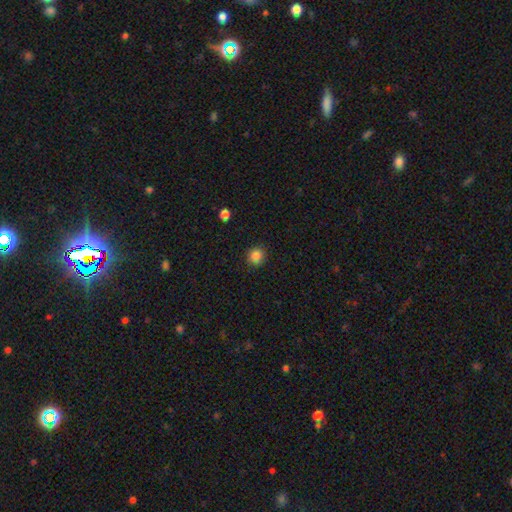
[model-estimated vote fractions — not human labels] This is clearly a smooth galaxy (85%). How rounded: clearly round (86%). Merging: clearly none (89%).